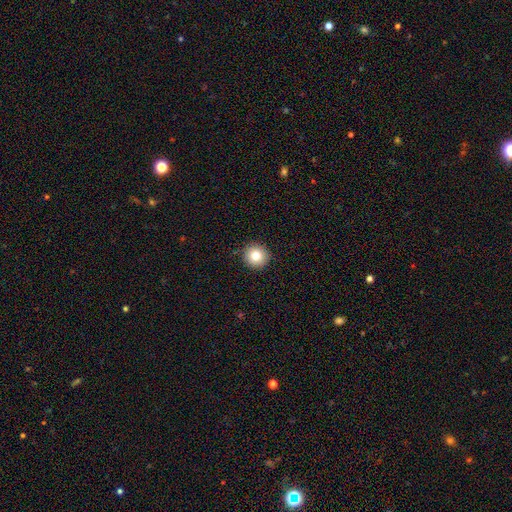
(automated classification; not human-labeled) This is clearly a smooth galaxy (81%). How rounded: clearly round (94%). Merging: clearly none (91%).